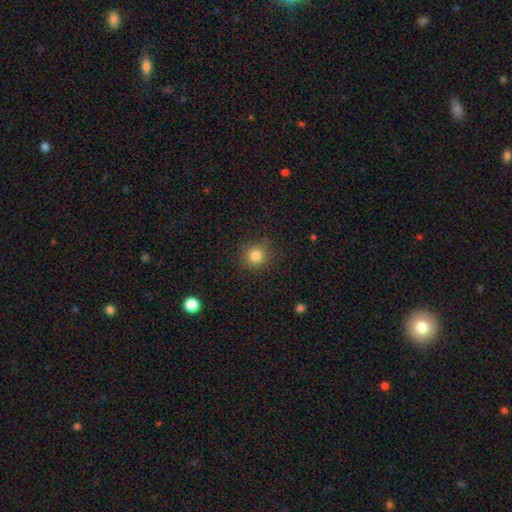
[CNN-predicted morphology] Overall: smooth (81%). How rounded: round (91%). Merging: none (86%).